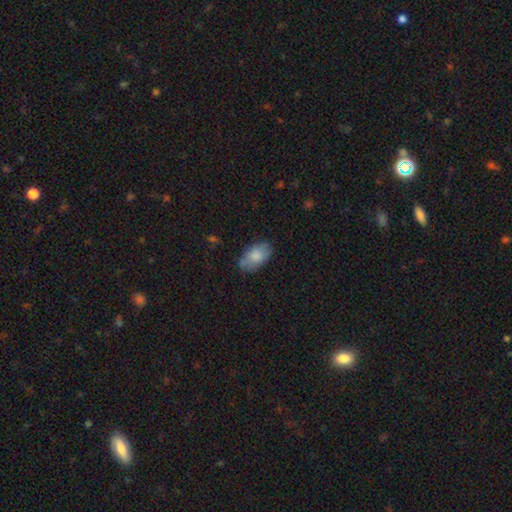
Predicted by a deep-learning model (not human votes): This is likely a smooth galaxy (79%). How rounded: clearly in between (93%). Merging: likely none (69%).